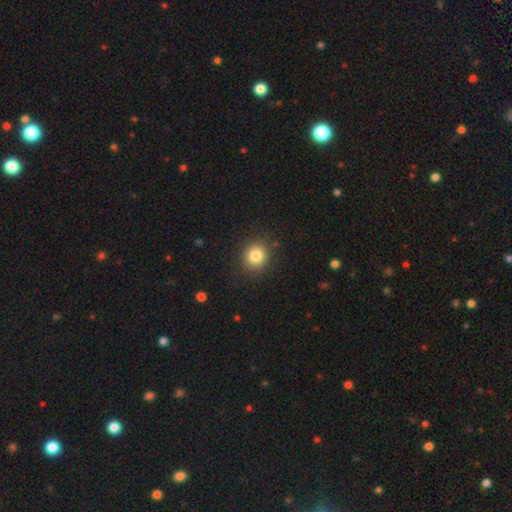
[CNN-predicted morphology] Overall: smooth (83%). How rounded: round (82%). Merging: none (88%).